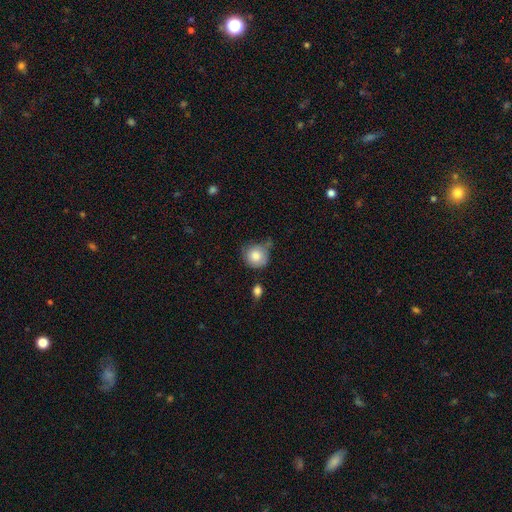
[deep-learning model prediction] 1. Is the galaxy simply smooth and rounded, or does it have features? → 83% smooth, 9% featured or disk, 8% star or artifact.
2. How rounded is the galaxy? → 89% round, 10% in between, 1% cigar-shaped.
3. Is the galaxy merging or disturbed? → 58% none, 26% minor disturbance, 8% merger, 7% major disturbance.